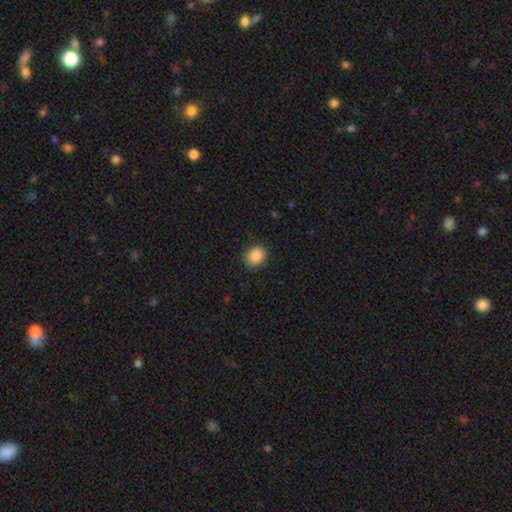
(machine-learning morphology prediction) A smooth galaxy with no disk features (87%) that is round (74%). Merging: none (88%).